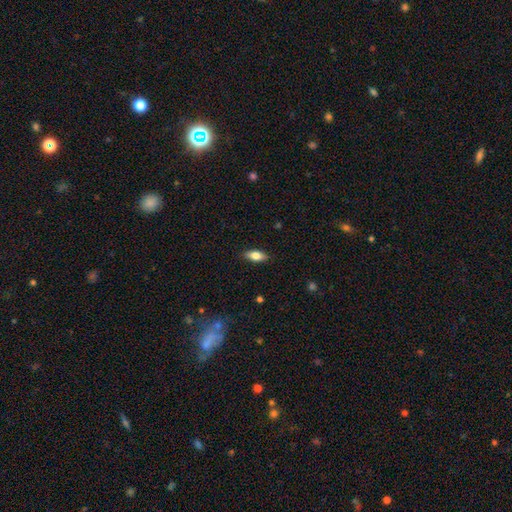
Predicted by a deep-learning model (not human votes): smooth_or_featured: smooth (p=0.72) [alt: featured or disk p=0.21]
how_rounded: in between (p=0.80) [alt: cigar-shaped p=0.17]
merging: none (p=0.87) [alt: minor disturbance p=0.10]